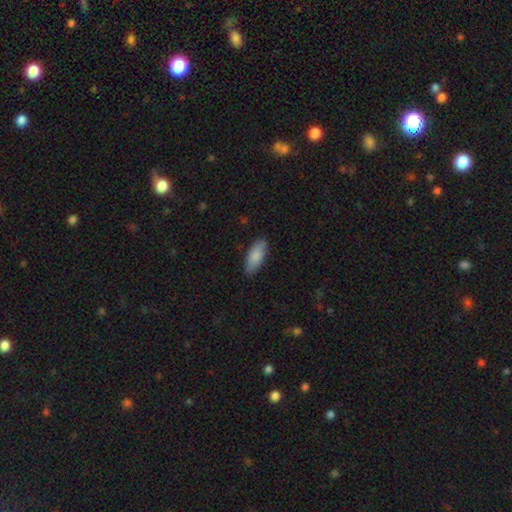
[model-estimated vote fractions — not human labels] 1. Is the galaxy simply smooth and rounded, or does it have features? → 86% smooth, 8% featured or disk, 5% star or artifact.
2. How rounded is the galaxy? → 83% in between, 15% cigar-shaped, 2% round.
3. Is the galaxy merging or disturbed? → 85% none, 12% minor disturbance, 2% major disturbance, 1% merger.